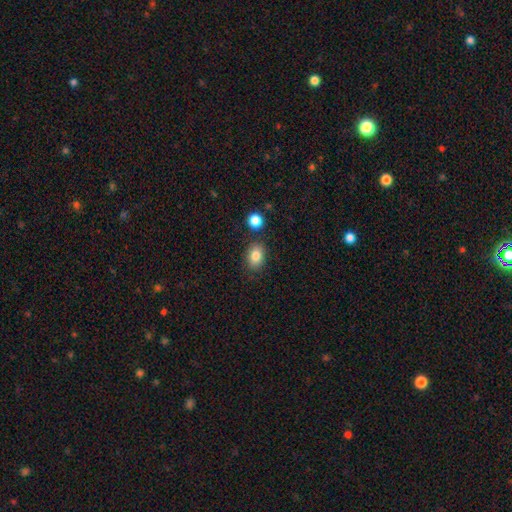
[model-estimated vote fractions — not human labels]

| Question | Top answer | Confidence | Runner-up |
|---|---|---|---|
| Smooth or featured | smooth | 84% | star or artifact (9%) |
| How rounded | in between | 72% | round (27%) |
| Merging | none | 81% | minor disturbance (11%) |